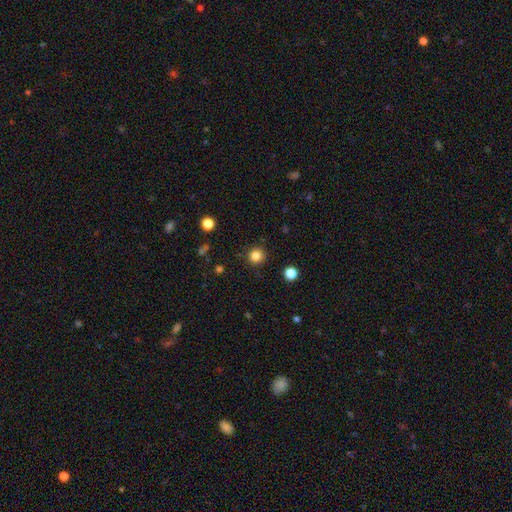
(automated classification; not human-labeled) Smooth or featured? smooth (84%)
How rounded? round (95%)
Merging? none (91%)